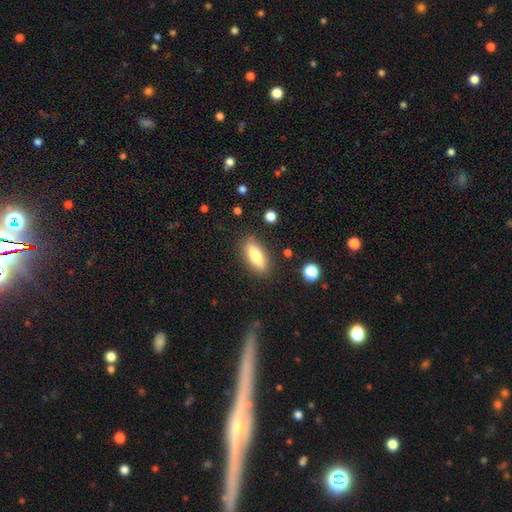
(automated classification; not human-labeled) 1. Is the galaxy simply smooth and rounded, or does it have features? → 73% smooth, 20% featured or disk, 7% star or artifact.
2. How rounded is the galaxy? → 69% in between, 28% cigar-shaped, 3% round.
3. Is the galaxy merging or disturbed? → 84% none, 11% minor disturbance, 3% major disturbance, 2% merger.